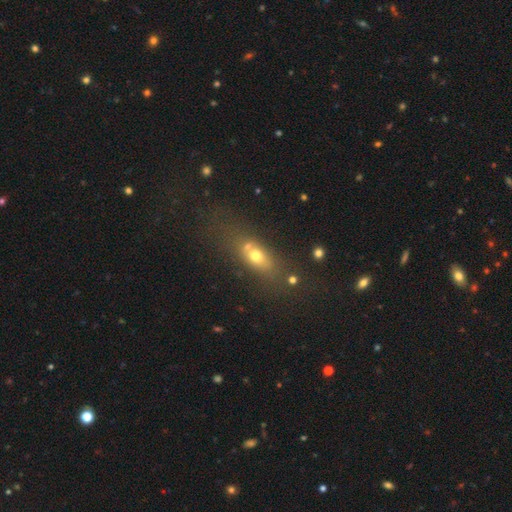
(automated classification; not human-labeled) Q: Smooth or featured?
A: smooth (62%); runner-up: featured or disk (24%)
Q: How rounded?
A: in between (63%); runner-up: round (20%)
Q: Merging?
A: none (49%); runner-up: merger (23%)